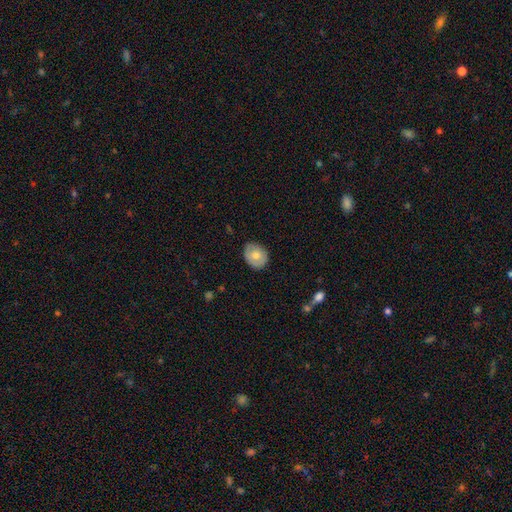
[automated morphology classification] The model was most divided on "how rounded": round: 53%, in between: 46%, cigar-shaped: 1%. More confident: merging — none (78%); smooth or featured — smooth (68%).